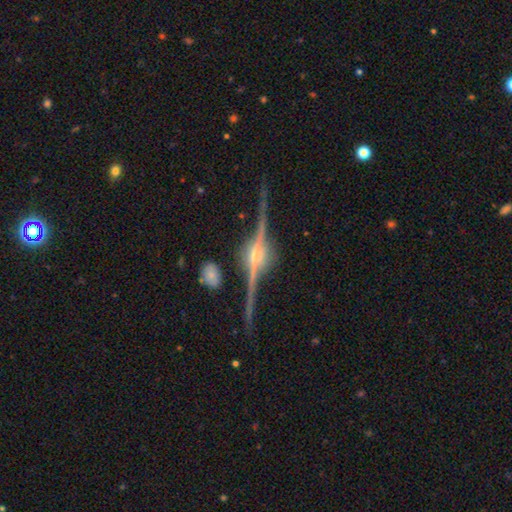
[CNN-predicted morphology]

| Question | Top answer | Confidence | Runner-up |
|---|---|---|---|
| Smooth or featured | featured or disk | 92% | star or artifact (5%) |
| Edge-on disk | yes | 98% | no (2%) |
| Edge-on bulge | rounded | 88% | boxy (9%) |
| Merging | none | 85% | minor disturbance (10%) |